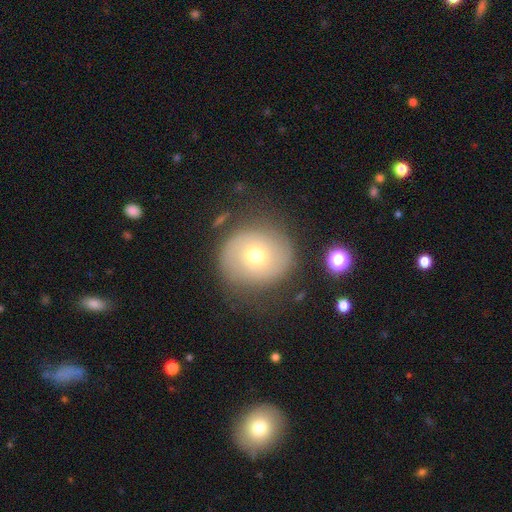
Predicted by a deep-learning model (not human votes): Q: Smooth or featured?
A: featured or disk (45%); tied with: smooth (45%)
Q: Merging?
A: none (73%); runner-up: minor disturbance (16%)